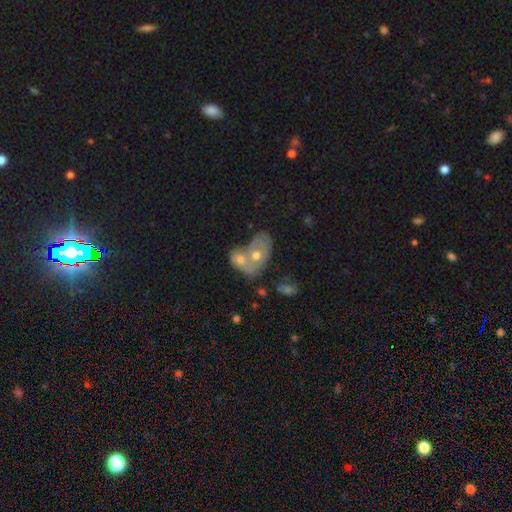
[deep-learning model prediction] Smooth or featured?
  - featured or disk: 45% * (tied)
  - smooth: 45% * (tied)
  - star or artifact: 10%
Merging?
  - merger: 70% *
  - none: 17%
  - minor disturbance: 8%
  - major disturbance: 5%